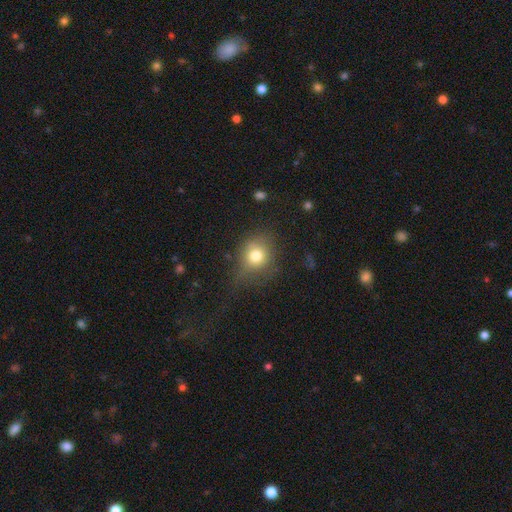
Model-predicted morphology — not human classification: Q: Smooth or featured?
A: smooth (76%); runner-up: star or artifact (12%)
Q: How rounded?
A: round (69%); runner-up: in between (30%)
Q: Merging?
A: none (57%); runner-up: minor disturbance (26%)